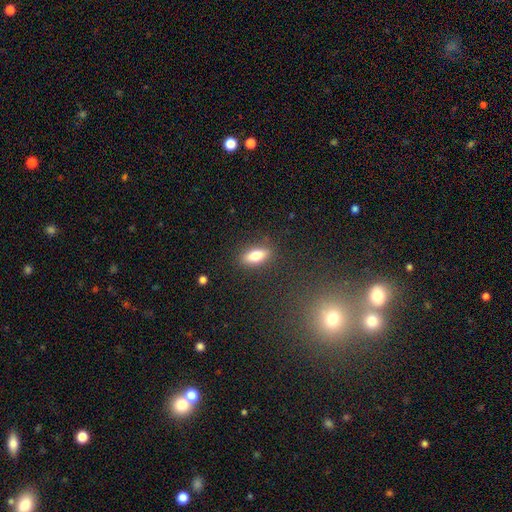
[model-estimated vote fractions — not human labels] A smooth galaxy with no disk features (76%) that is in between round and cigar-shaped (75%).

Vote fractions:
- Smooth or featured? smooth: 76% / featured or disk: 16% / star or artifact: 8%
- How rounded? in between: 75% / cigar-shaped: 22% / round: 4%
- Merging? none: 86% / minor disturbance: 10% / major disturbance: 3% / merger: 1%